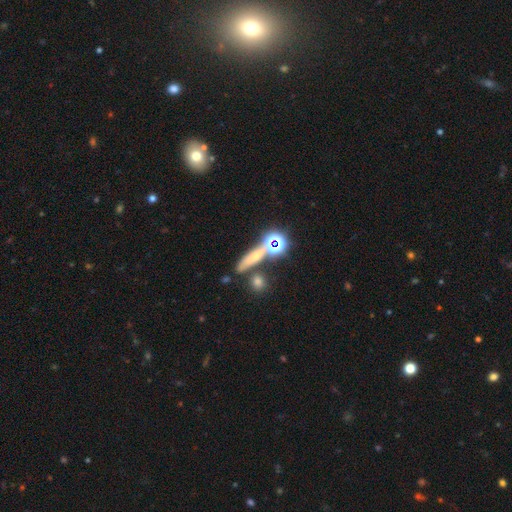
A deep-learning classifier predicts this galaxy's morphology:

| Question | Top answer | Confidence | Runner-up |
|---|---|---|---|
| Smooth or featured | smooth | 50% | star or artifact (25%) |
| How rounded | cigar-shaped | 58% | round (22%) |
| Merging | none | 69% | merger (15%) |